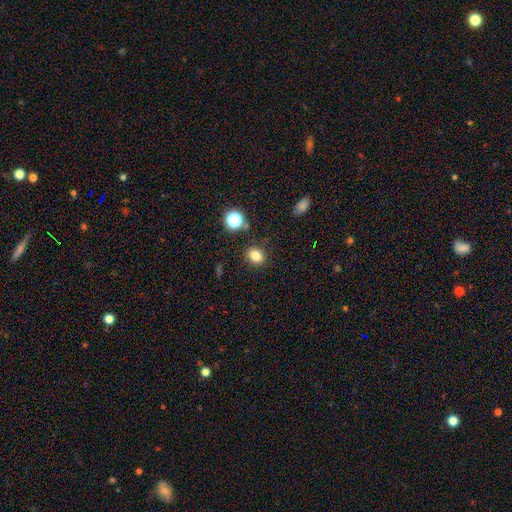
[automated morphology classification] A smooth galaxy with no disk features (81%) that is in between round and cigar-shaped (50%).

Vote fractions:
- Smooth or featured? smooth: 81% / star or artifact: 14% / featured or disk: 5%
- How rounded? in between: 50% / round: 49% / cigar-shaped: 1%
- Merging? none: 84% / minor disturbance: 10% / major disturbance: 3% / merger: 3%